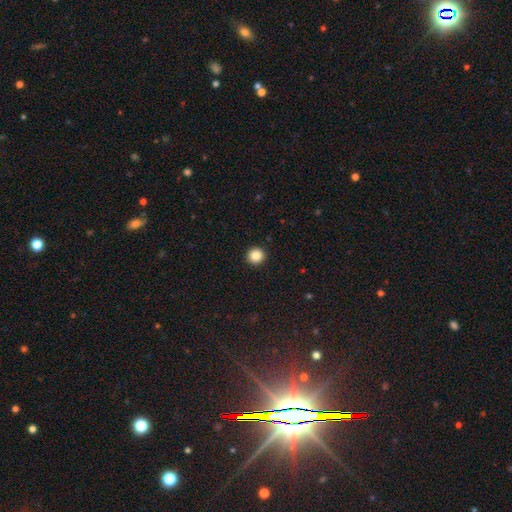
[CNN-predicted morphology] This appears to be a smooth galaxy with no disk features (86%) that is round (95%). Merging: none (93%).